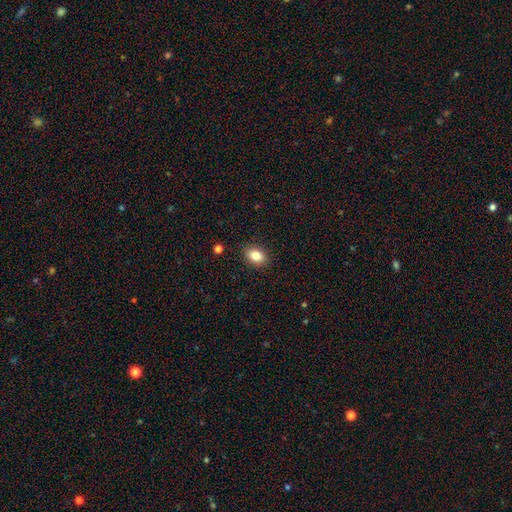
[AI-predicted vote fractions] A smooth galaxy with no disk features (83%) that is in between round and cigar-shaped (77%). Merging: none (89%).